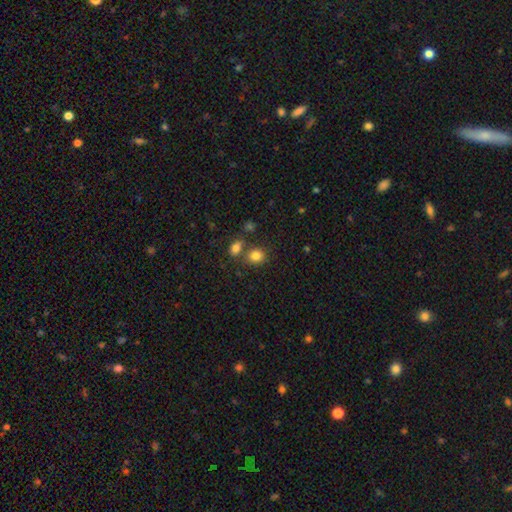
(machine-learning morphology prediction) type=smooth (82%); roundness=round (62%); merging=none (63%).